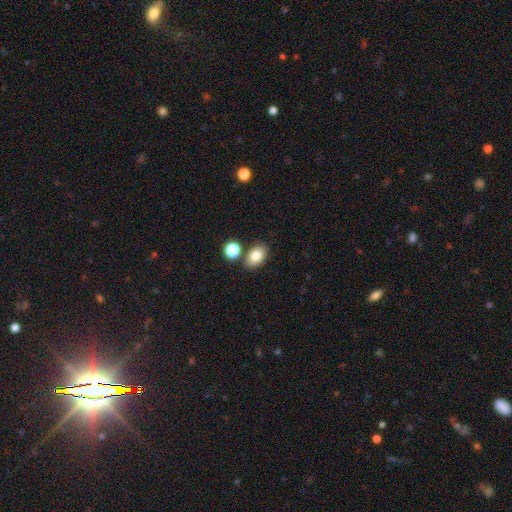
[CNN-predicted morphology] A smooth galaxy with no disk features (81%) that is in between round and cigar-shaped (79%).

Vote fractions:
- Smooth or featured? smooth: 81% / star or artifact: 10% / featured or disk: 9%
- How rounded? in between: 79% / round: 20% / cigar-shaped: 1%
- Merging? none: 76% / merger: 11% / minor disturbance: 10% / major disturbance: 3%